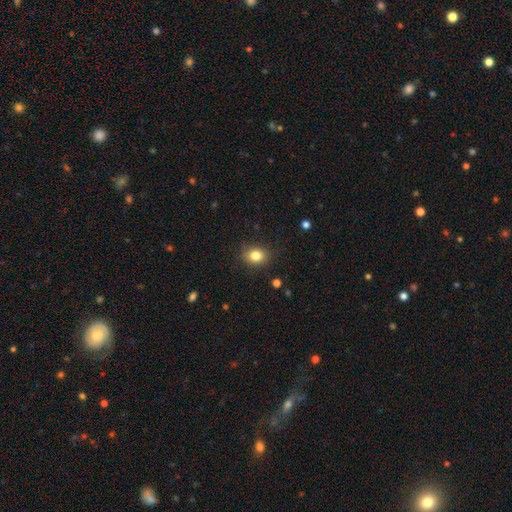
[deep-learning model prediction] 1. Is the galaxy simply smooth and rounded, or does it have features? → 83% smooth, 11% star or artifact, 7% featured or disk.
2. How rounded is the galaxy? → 50% round, 49% in between, 1% cigar-shaped.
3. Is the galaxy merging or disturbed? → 84% none, 12% minor disturbance, 3% major disturbance, 1% merger.